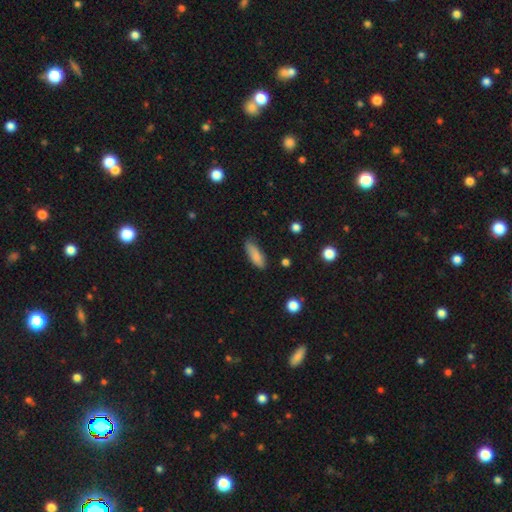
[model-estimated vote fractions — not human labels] A smooth galaxy with no disk features (85%) that is in between round and cigar-shaped (65%).

Vote fractions:
- Smooth or featured? smooth: 85% / featured or disk: 8% / star or artifact: 7%
- How rounded? in between: 65% / cigar-shaped: 33% / round: 2%
- Merging? none: 76% / minor disturbance: 19% / major disturbance: 3% / merger: 2%